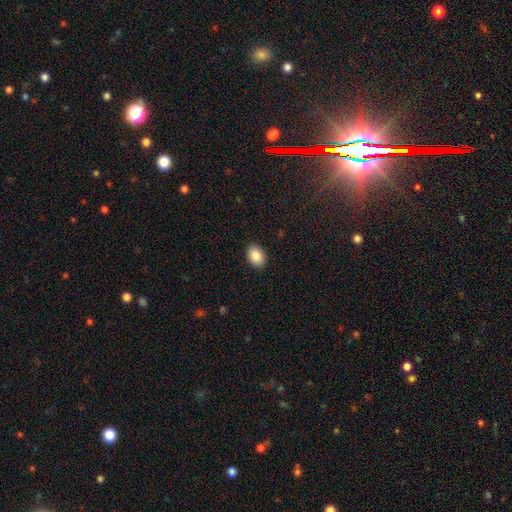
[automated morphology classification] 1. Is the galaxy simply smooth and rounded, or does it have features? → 89% smooth, 7% star or artifact, 4% featured or disk.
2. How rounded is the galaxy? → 79% in between, 20% round, 1% cigar-shaped.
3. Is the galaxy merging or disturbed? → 89% none, 8% minor disturbance, 2% major disturbance, 1% merger.